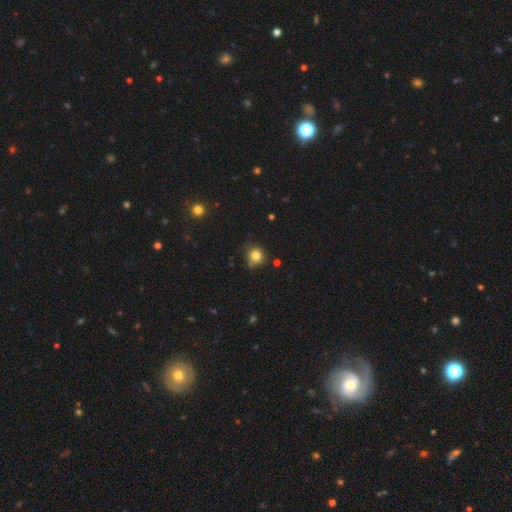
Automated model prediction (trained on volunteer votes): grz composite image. It shows a smooth galaxy with no disk features (81%) that is round (87%). Merging: none (71%).